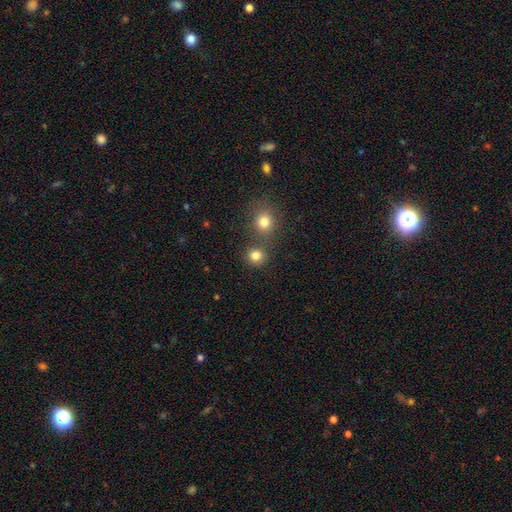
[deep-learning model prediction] Overall: smooth (81%). How rounded: round (90%). Merging: none (72%).